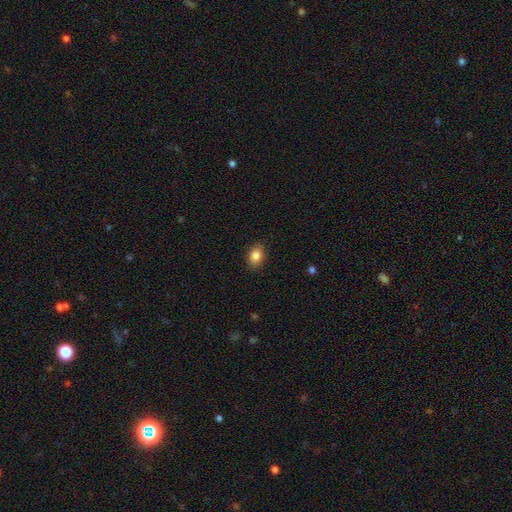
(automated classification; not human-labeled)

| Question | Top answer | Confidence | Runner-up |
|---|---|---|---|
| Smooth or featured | smooth | 85% | star or artifact (9%) |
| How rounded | in between | 78% | round (20%) |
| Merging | none | 87% | minor disturbance (10%) |